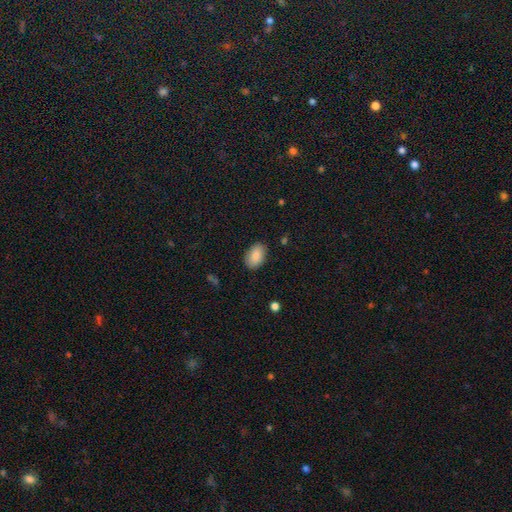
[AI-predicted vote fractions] This is clearly a smooth galaxy (86%). How rounded: clearly in between (88%). Merging: clearly none (86%).